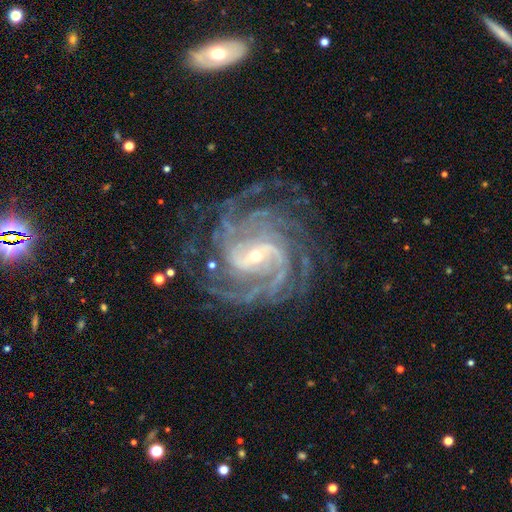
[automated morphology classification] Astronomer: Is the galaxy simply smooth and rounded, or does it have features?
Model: featured or disk — 93%.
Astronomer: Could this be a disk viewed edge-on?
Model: no — 98%.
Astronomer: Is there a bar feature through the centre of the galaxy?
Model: weak — 44% (runner-up: no, 29%).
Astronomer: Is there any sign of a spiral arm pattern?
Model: yes — 99%.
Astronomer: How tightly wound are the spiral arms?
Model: tight — 58% (runner-up: medium, 36%).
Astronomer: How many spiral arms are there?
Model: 4 — 27% (runner-up: more than 4, 19%).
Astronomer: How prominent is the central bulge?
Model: small — 70%.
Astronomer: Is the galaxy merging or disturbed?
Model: none — 72%.